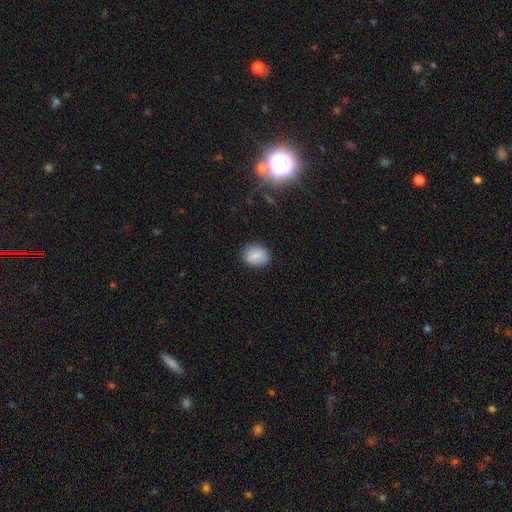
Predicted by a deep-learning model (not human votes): This is likely a smooth galaxy (79%). How rounded: likely in between (62%). Merging: clearly none (83%).